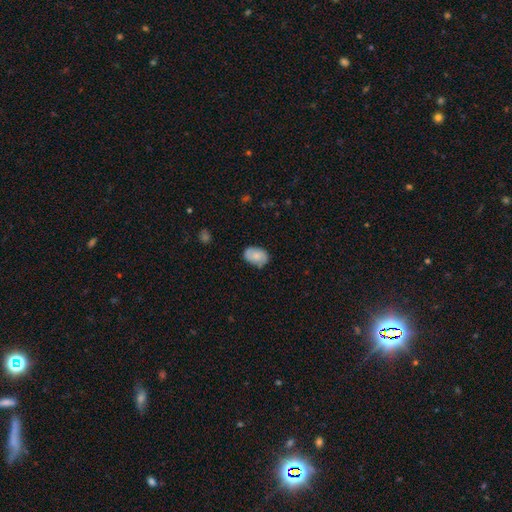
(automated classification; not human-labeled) smooth 67%, featured or disk 26%, star or artifact 7%. Down the decision tree: how rounded — in between (77%); merging — none (73%).